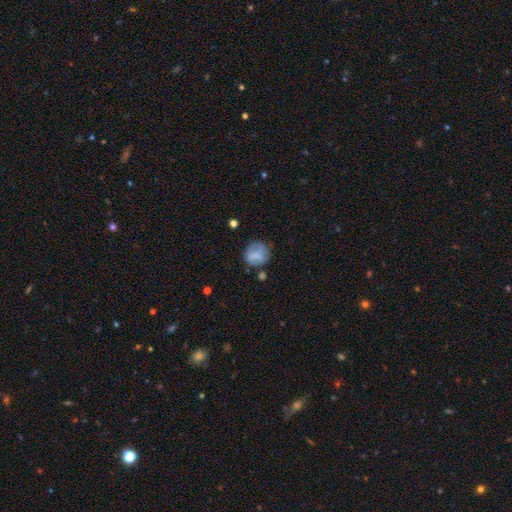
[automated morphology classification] Smooth or featured: smooth — 71% (featured or disk — 19%)
How rounded: round — 77% (in between — 22%)
Merging: none — 60% (minor disturbance — 23%)